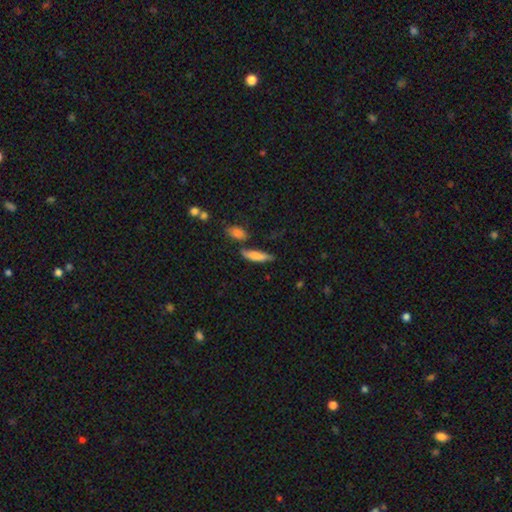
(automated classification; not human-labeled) Overall: smooth (76%). How rounded: cigar-shaped (64%; in between 33%). Merging: none (64%).